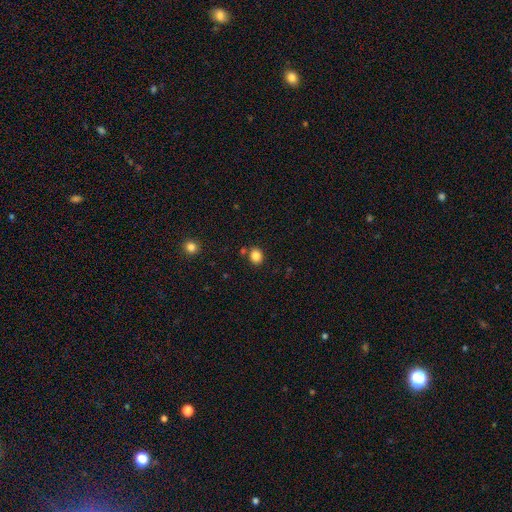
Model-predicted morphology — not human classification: smooth 85%, star or artifact 11%, featured or disk 4%. Down the decision tree: how rounded — round (66%); merging — none (81%).